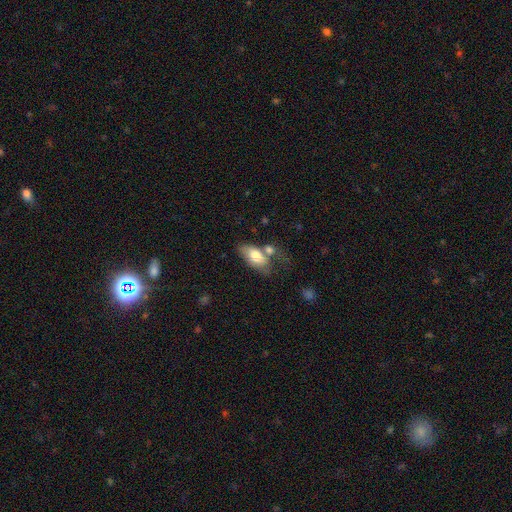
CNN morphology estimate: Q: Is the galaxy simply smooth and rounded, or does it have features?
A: smooth — 72%.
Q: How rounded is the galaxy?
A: in between — 91%.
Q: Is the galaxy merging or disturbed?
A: none — 37%.